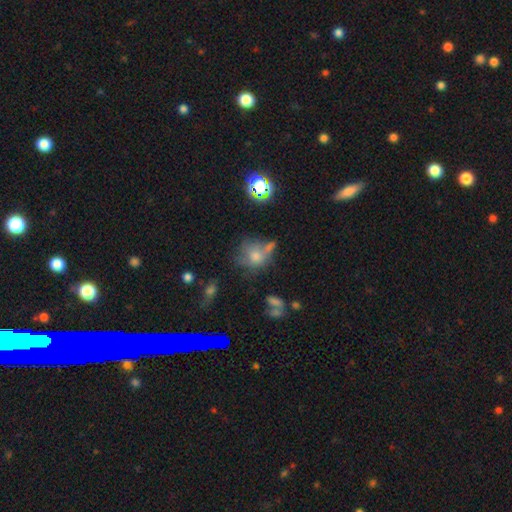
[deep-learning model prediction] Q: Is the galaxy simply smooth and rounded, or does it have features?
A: smooth — 57%.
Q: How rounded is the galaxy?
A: round — 73%.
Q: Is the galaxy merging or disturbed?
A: none — 43%.